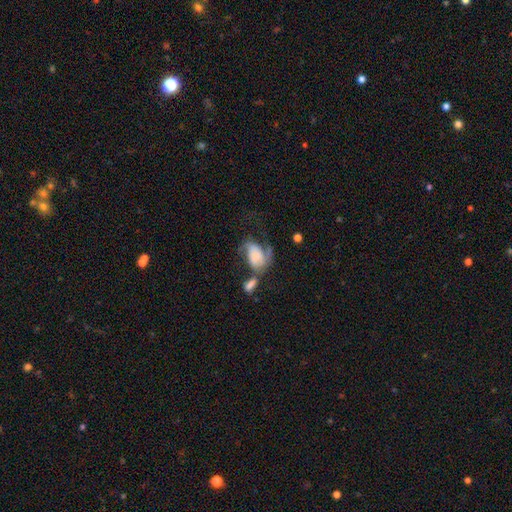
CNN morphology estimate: This appears to be a featured or disk galaxy (51%). Merging: merger (32%).